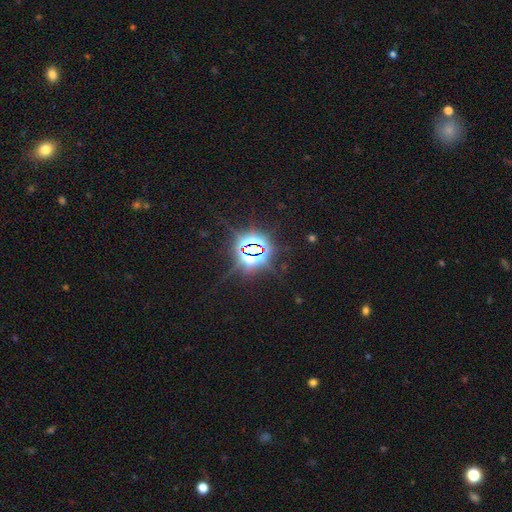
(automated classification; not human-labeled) smooth_or_featured: star or artifact (p=0.84) [alt: featured or disk p=0.08]